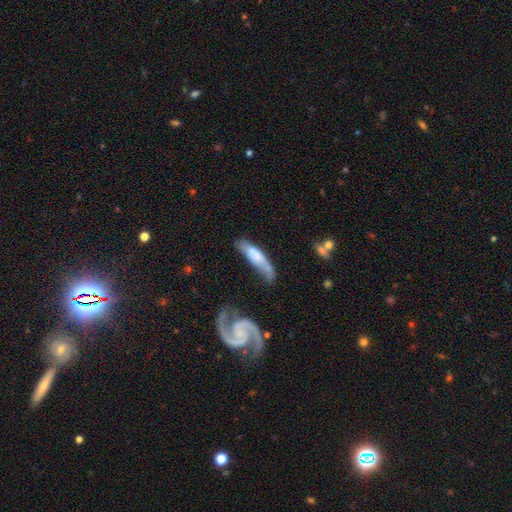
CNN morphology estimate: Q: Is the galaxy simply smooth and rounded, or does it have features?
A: smooth — 57%.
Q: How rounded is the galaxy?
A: cigar-shaped — 65%.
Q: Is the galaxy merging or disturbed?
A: none — 38%.